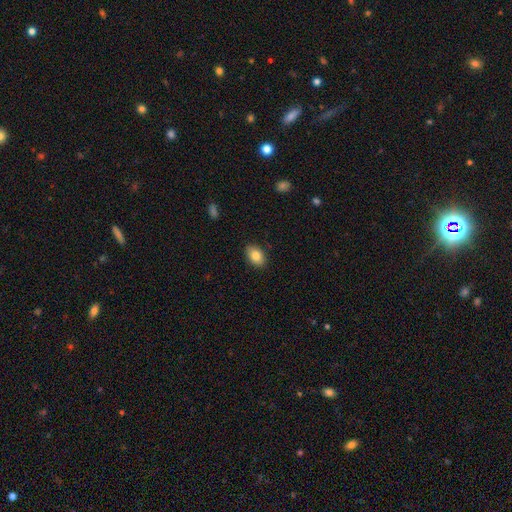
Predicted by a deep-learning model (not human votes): A smooth galaxy with no disk features (83%) that is in between round and cigar-shaped (85%).

Vote fractions:
- Smooth or featured? smooth: 83% / featured or disk: 9% / star or artifact: 8%
- How rounded? in between: 85% / round: 14% / cigar-shaped: 1%
- Merging? none: 88% / minor disturbance: 9% / major disturbance: 2% / merger: 1%